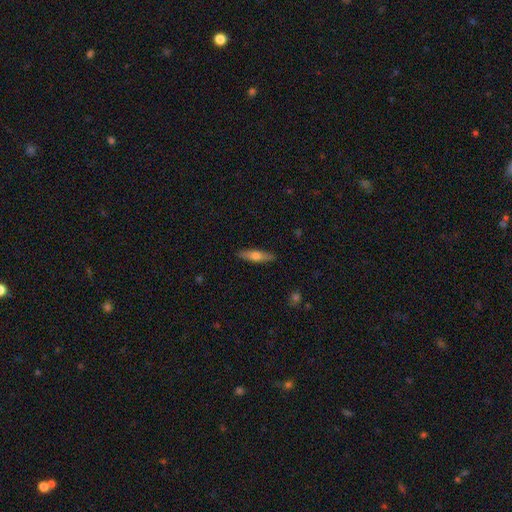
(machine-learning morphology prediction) Q: Smooth or featured?
A: smooth (57%); runner-up: featured or disk (36%)
Q: How rounded?
A: cigar-shaped (70%); runner-up: in between (28%)
Q: Merging?
A: none (90%); runner-up: minor disturbance (8%)